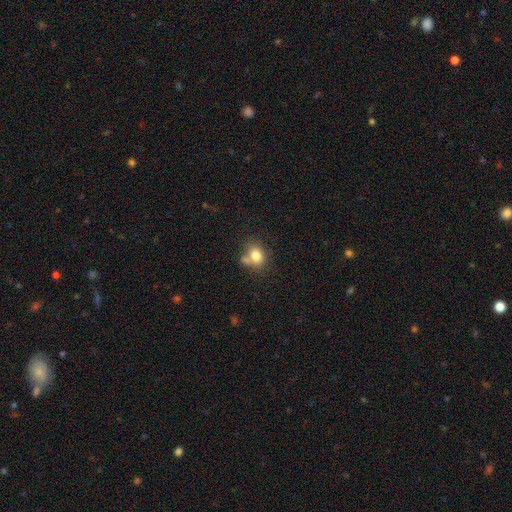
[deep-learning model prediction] Q: Smooth or featured?
A: smooth (79%); runner-up: featured or disk (11%)
Q: How rounded?
A: in between (55%); runner-up: round (44%)
Q: Merging?
A: none (48%); runner-up: merger (28%)